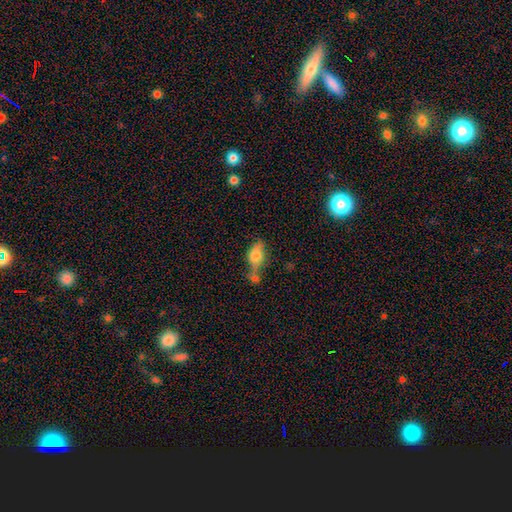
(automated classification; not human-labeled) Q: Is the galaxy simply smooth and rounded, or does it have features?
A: smooth — 67%.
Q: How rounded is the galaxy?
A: in between — 81%.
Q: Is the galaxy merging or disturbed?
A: merger — 37%.